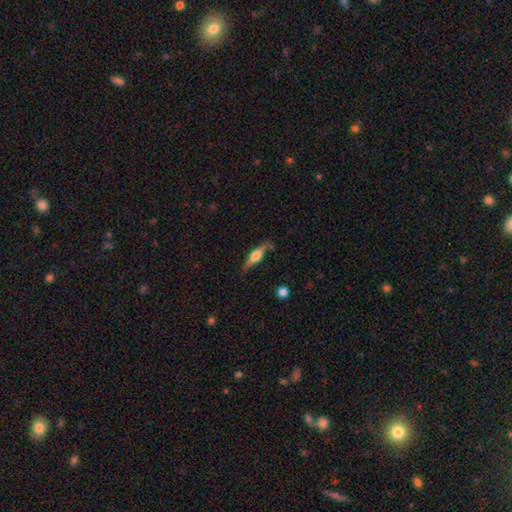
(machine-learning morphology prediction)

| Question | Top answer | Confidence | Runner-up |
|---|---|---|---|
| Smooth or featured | featured or disk | 60% | smooth (34%) |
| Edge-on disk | yes | 95% | no (5%) |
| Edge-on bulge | rounded | 90% | boxy (7%) |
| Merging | none | 81% | minor disturbance (13%) |